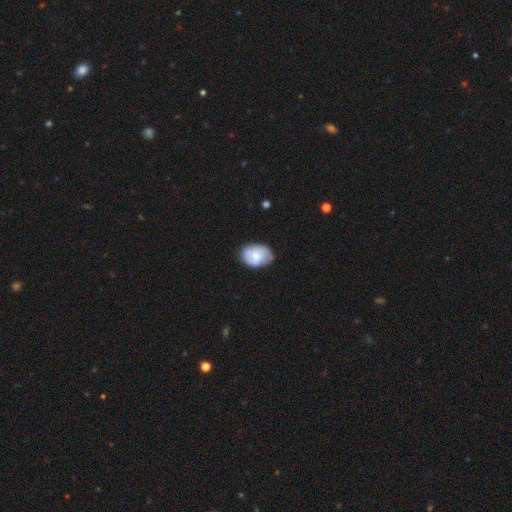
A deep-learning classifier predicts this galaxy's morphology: This appears to be a smooth galaxy with no disk features (59%) that is in between round and cigar-shaped (72%). Merging: none (66%).